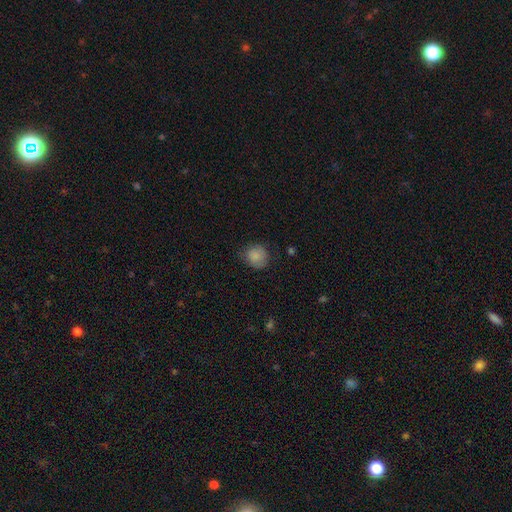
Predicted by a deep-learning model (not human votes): Overall: smooth (84%). How rounded: round (81%). Merging: none (70%).